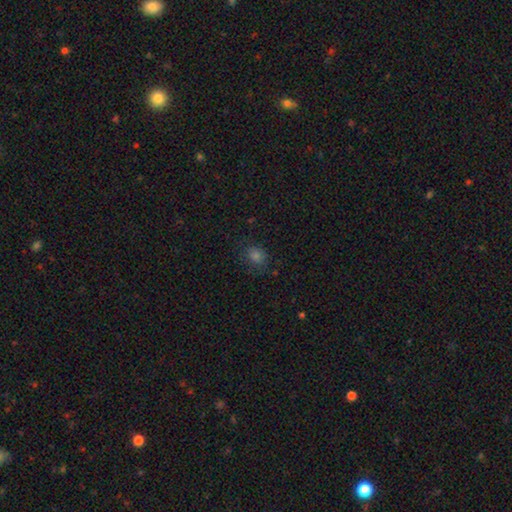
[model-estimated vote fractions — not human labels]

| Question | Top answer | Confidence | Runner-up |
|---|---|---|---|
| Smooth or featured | smooth | 72% | star or artifact (22%) |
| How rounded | round | 63% | in between (36%) |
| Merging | none | 80% | minor disturbance (14%) |